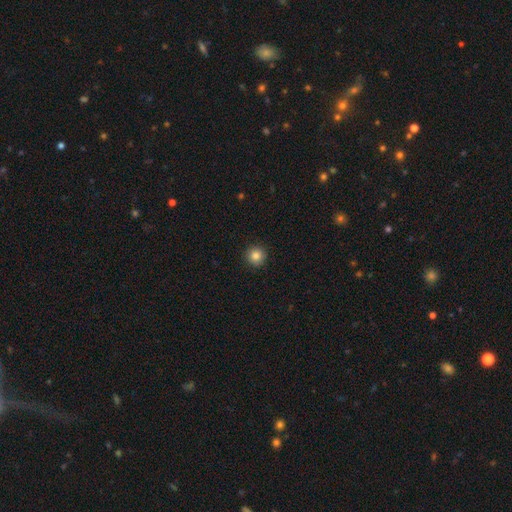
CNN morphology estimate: Smooth or featured? Predicted: smooth (p=0.84). How rounded? Predicted: round (p=0.95). Merging? Predicted: none (p=0.92).